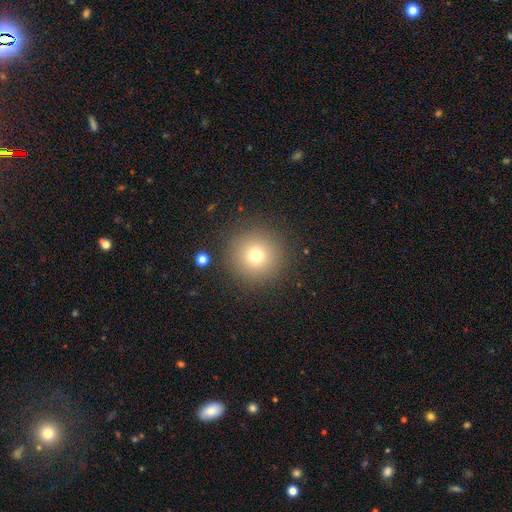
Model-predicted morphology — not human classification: smooth 73%, star or artifact 16%, featured or disk 11%. Down the decision tree: how rounded — round (96%); merging — none (89%).